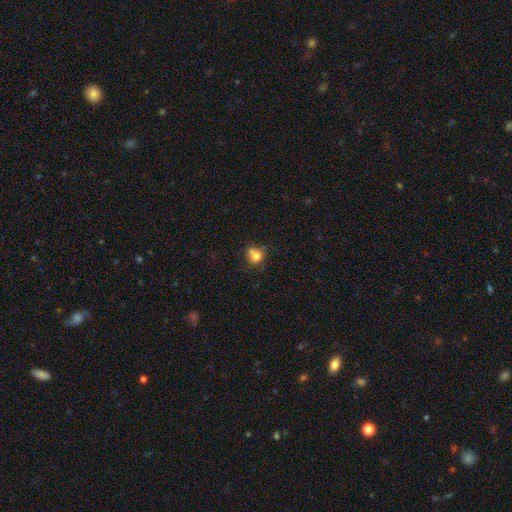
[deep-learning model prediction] smooth-or-featured: smooth: 75% | featured or disk: 13% | star or artifact: 12%
  how-rounded: round: 68% | in between: 31% | cigar-shaped: 1%
  merging: none: 41% | merger: 35% | minor disturbance: 17% | major disturbance: 7%